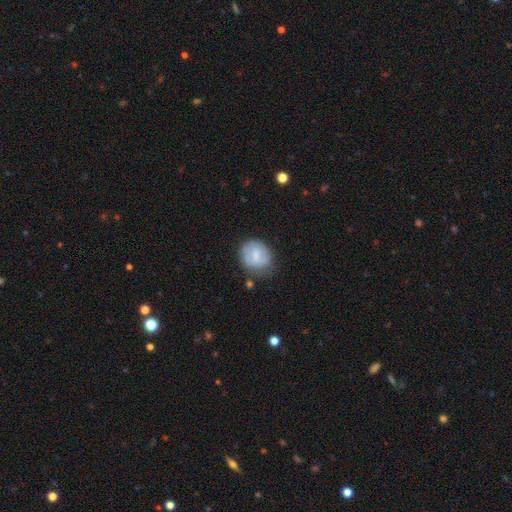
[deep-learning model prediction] Smooth or featured: smooth — 68% (featured or disk — 24%)
How rounded: round — 68% (in between — 31%)
Merging: none — 62% (minor disturbance — 26%)